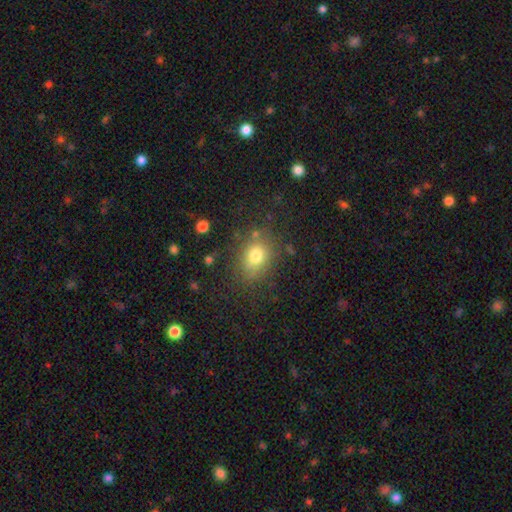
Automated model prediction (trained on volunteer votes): The model was most divided on "how rounded": in between: 51%, round: 48%, cigar-shaped: 1%. More confident: merging — none (76%); smooth or featured — smooth (75%).